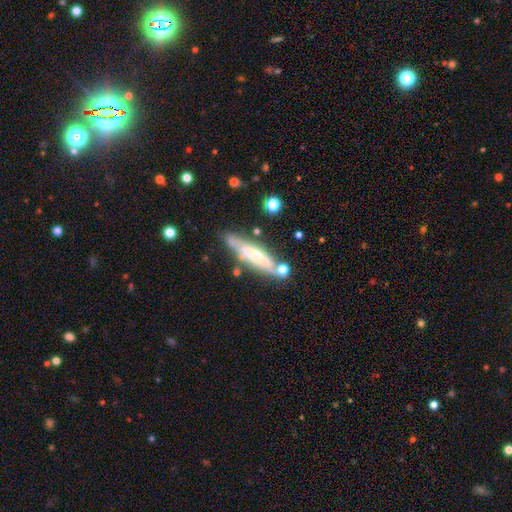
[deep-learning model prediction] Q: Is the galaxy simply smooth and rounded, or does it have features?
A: featured or disk — 59%.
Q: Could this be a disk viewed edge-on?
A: yes — 60%.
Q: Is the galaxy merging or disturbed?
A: none — 65%.